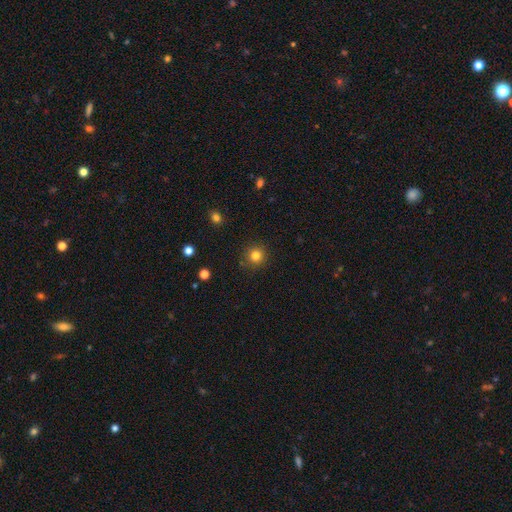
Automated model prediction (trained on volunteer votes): smooth 82%, star or artifact 13%, featured or disk 5%. Down the decision tree: how rounded — round (93%); merging — none (88%).